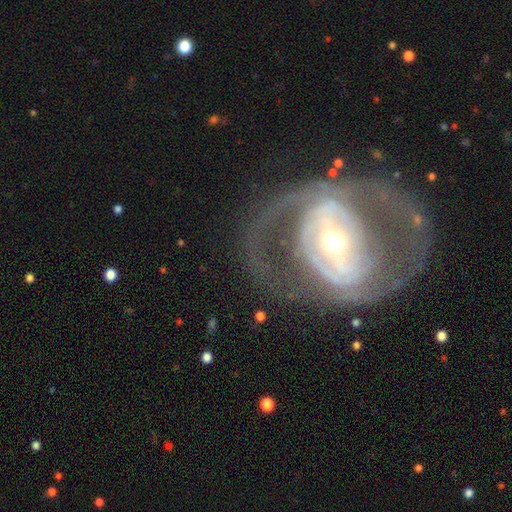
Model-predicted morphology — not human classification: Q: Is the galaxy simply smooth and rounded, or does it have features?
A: featured or disk — 82%.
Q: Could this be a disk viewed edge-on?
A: no — 94%.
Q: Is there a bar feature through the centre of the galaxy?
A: strong — 48%.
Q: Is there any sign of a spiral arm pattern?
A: yes — 66%.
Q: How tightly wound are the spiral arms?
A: medium — 41%.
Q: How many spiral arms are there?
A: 2 — 67%.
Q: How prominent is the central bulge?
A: small — 54%.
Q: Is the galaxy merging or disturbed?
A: none — 64%.